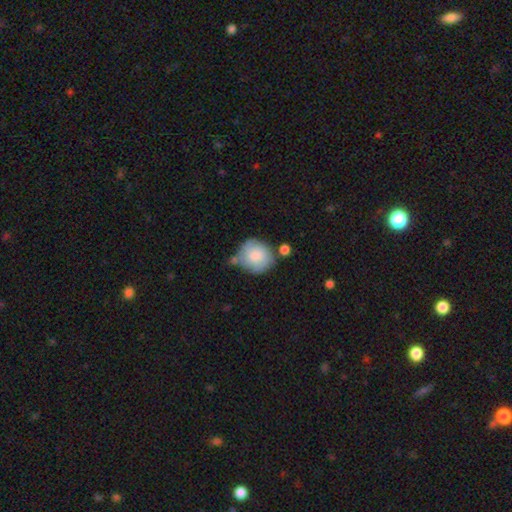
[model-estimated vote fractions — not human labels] smooth_or_featured: smooth (p=0.64) [alt: featured or disk p=0.29]
how_rounded: round (p=0.83) [alt: in between p=0.16]
merging: none (p=0.52) [alt: minor disturbance p=0.25]